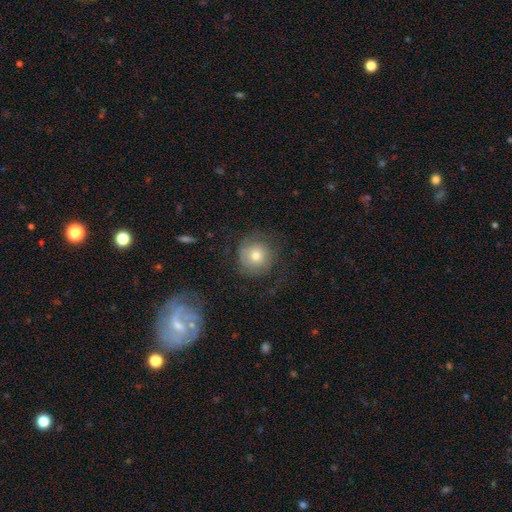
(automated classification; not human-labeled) A smooth galaxy with no disk features (54%) that is round (92%).

Vote fractions:
- Smooth or featured? smooth: 54% / featured or disk: 36% / star or artifact: 10%
- How rounded? round: 92% / in between: 7% / cigar-shaped: 1%
- Merging? none: 68% / minor disturbance: 16% / major disturbance: 14% / merger: 2%